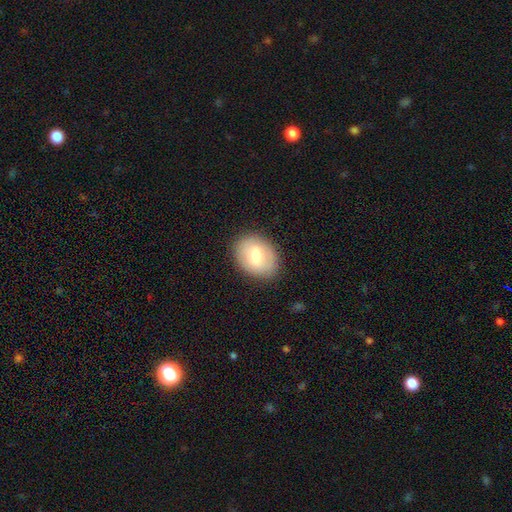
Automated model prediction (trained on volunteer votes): This is likely a smooth galaxy (67%). How rounded: likely in between (62%). Merging: clearly none (85%).